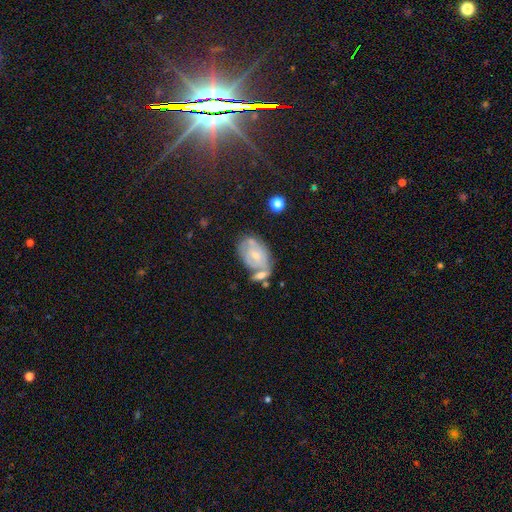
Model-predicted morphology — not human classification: type=featured or disk (61%); edge-on=no (95%); bar=no (70%); spiral arms=yes (69%); bulge=small (63%); merging=none (41%).